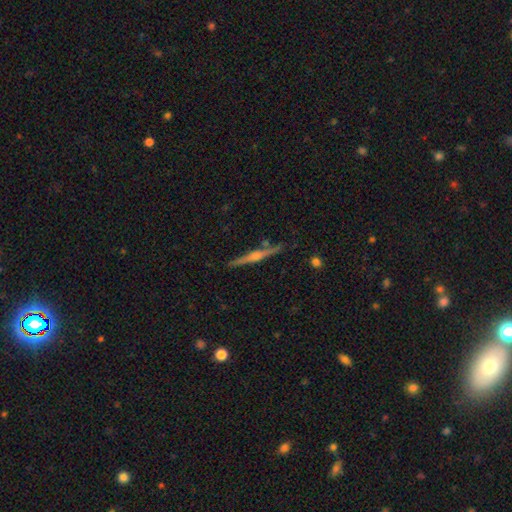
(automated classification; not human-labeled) smooth_or_featured: featured or disk (p=0.78) [alt: smooth p=0.16]
disk_edge_on: yes (p=0.98) [alt: no p=0.02]
edge_on_bulge: rounded (p=0.83) [alt: boxy p=0.09]
merging: none (p=0.88) [alt: minor disturbance p=0.08]